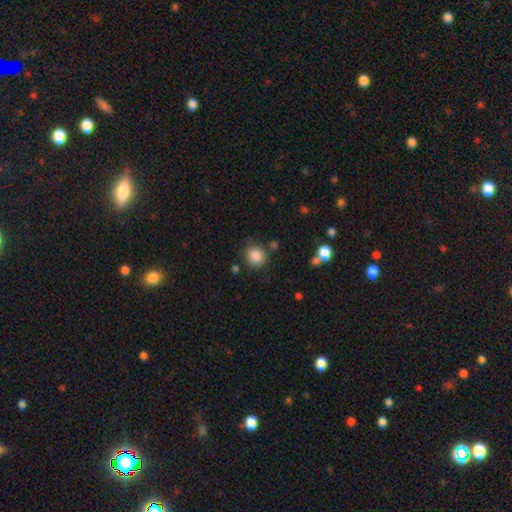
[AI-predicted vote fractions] A smooth galaxy with no disk features (86%) that is round (87%). Merging: none (78%).